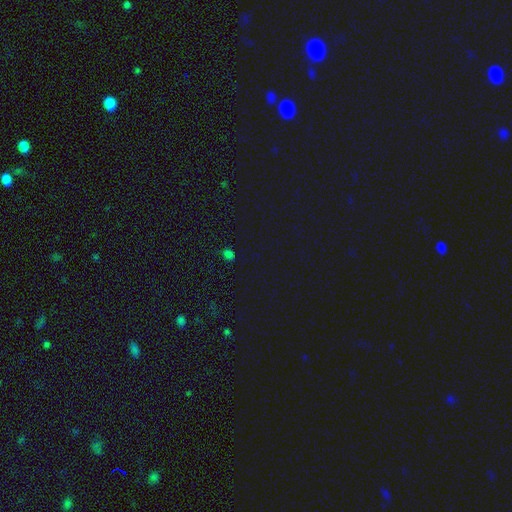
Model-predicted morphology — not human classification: Smooth or featured?
  - star or artifact: 56% *
  - smooth: 39%
  - featured or disk: 5%